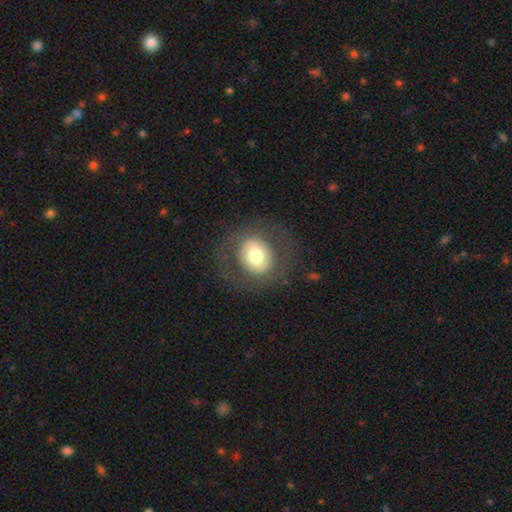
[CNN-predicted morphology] smooth_or_featured: smooth (p=0.58) [alt: featured or disk p=0.34]
how_rounded: round (p=0.77) [alt: in between p=0.22]
merging: none (p=0.78) [alt: major disturbance p=0.11]